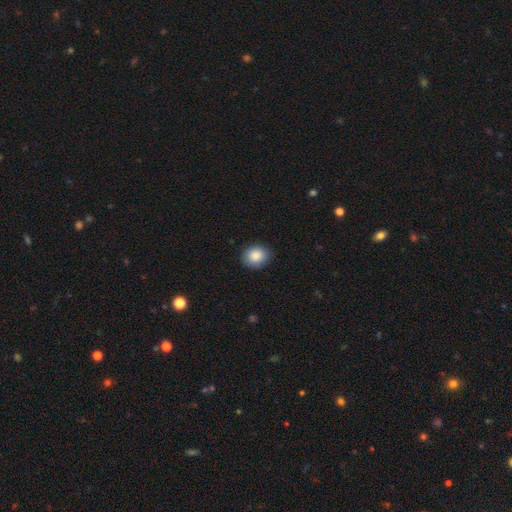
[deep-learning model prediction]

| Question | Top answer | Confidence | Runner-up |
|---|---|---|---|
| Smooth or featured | smooth | 87% | star or artifact (8%) |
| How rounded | round | 60% | in between (39%) |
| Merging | none | 88% | minor disturbance (9%) |